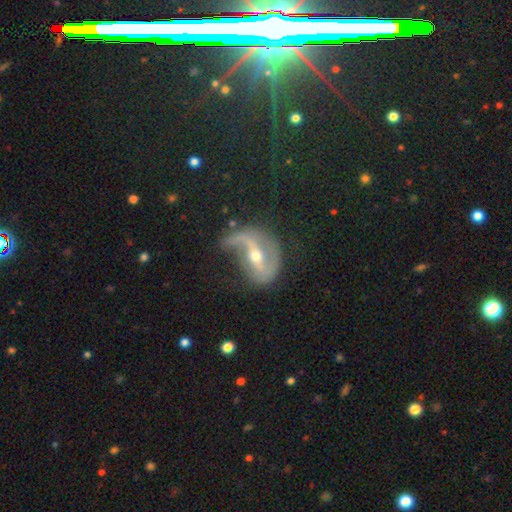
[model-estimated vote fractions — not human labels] Overall: featured or disk (78%). Edge-on disk: no (94%). Bar: strong (42%; weak 33%). Spiral arms: yes (88%). Spiral arm count: 2 (68%). Spiral winding: loose (56%; medium 30%). Bulge size: moderate (54%; small 42%). Merging: none (45%; major disturbance 26%).